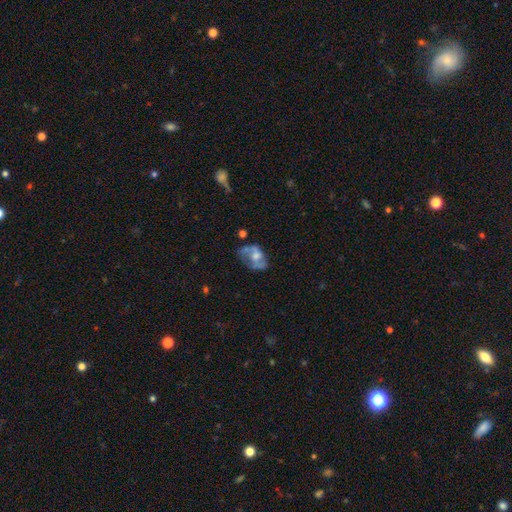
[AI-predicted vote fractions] Q: Smooth or featured?
A: featured or disk (58%); runner-up: smooth (32%)
Q: Edge-on disk?
A: no (95%); runner-up: yes (5%)
Q: Bar?
A: no (70%); runner-up: weak (23%)
Q: Spiral arms?
A: no (57%); runner-up: yes (43%)
Q: Bulge size?
A: moderate (56%); runner-up: small (24%)
Q: Merging?
A: none (41%); runner-up: minor disturbance (25%)